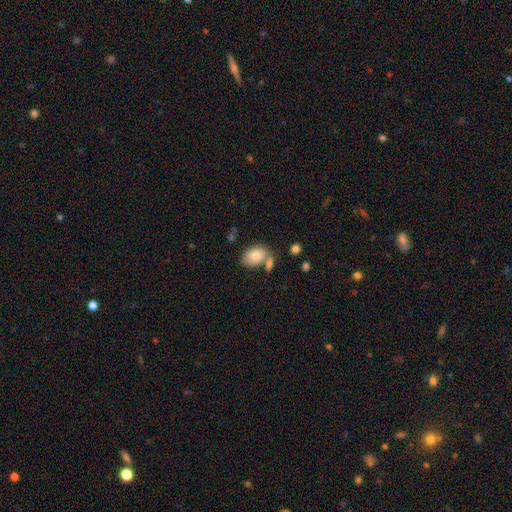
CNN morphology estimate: A smooth galaxy with no disk features (81%) that is in between round and cigar-shaped (86%).

Vote fractions:
- Smooth or featured? smooth: 81% / featured or disk: 12% / star or artifact: 7%
- How rounded? in between: 86% / round: 12% / cigar-shaped: 1%
- Merging? none: 51% / merger: 26% / minor disturbance: 17% / major disturbance: 6%